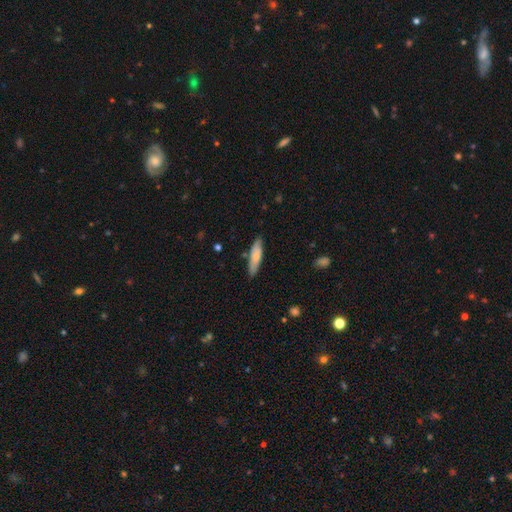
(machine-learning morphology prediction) smooth_or_featured: smooth (p=0.70) [alt: featured or disk p=0.24]
how_rounded: cigar-shaped (p=0.64) [alt: in between p=0.34]
merging: none (p=0.79) [alt: minor disturbance p=0.16]